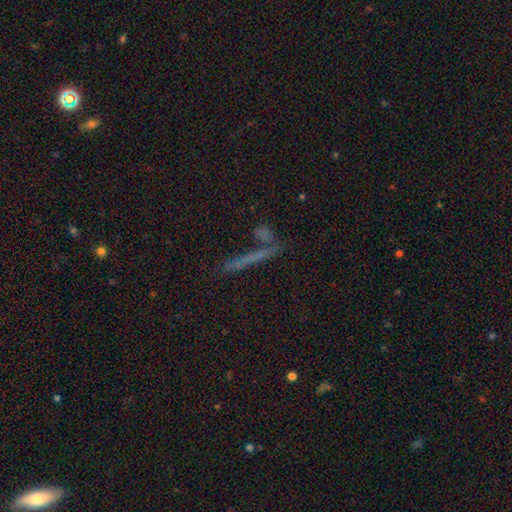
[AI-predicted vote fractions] Smooth or featured: smooth — 47% (featured or disk — 31%)
Merging: none — 71% (merger — 14%)